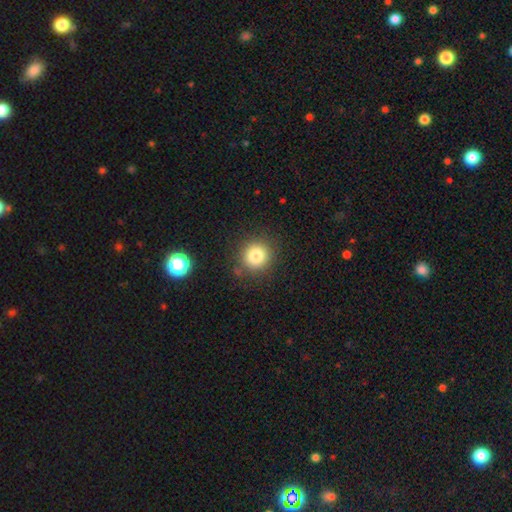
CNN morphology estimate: smooth_or_featured: smooth (p=0.81) [alt: star or artifact p=0.12]
how_rounded: round (p=0.92) [alt: in between p=0.07]
merging: none (p=0.85) [alt: minor disturbance p=0.09]